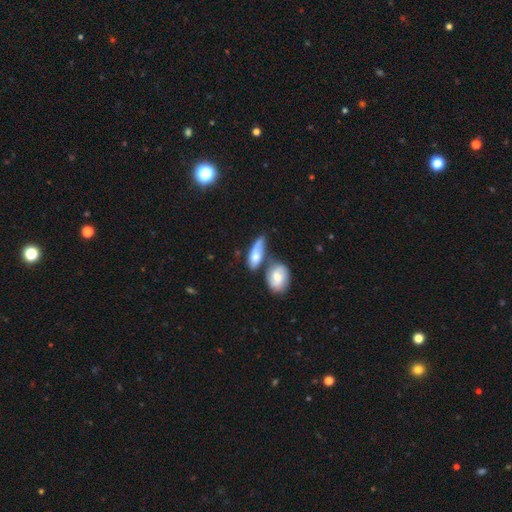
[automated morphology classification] A smooth galaxy with no disk features (63%) that is in between round and cigar-shaped (69%). Merging: merger (38%).